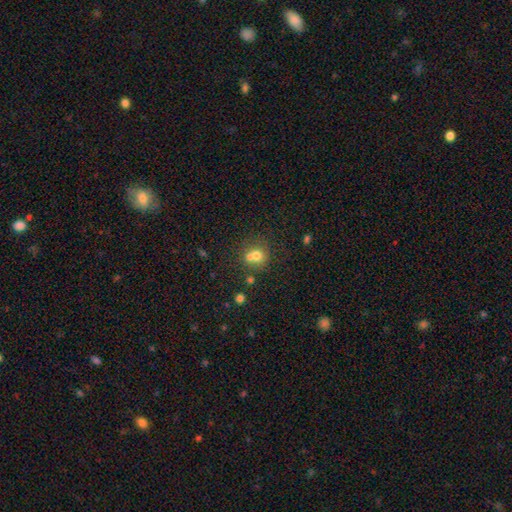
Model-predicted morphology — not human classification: The model was most divided on "merging": merger: 46%, none: 43%, minor disturbance: 7%, major disturbance: 3%. More confident: how rounded — round (84%); smooth or featured — smooth (69%).